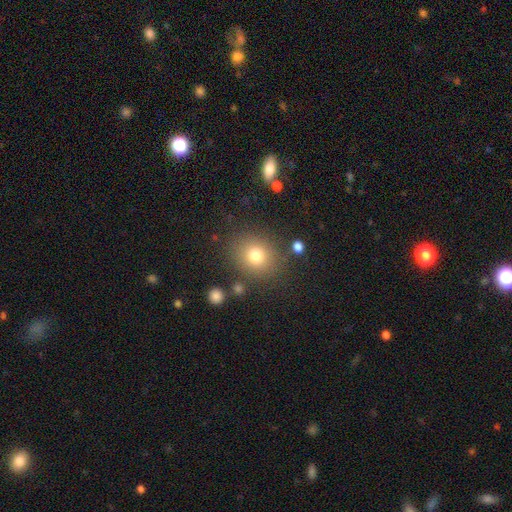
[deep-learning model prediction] Morphology: type=smooth (78%); roundness=round (74%); merging=none (82%).